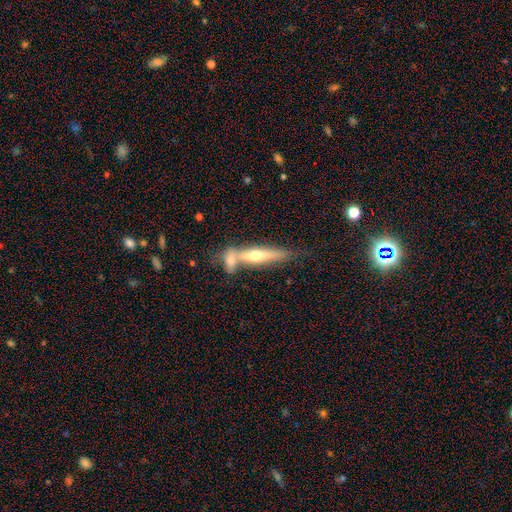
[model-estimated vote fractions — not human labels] Smooth or featured? Predicted: featured or disk (p=0.54). Edge-on disk? Predicted: yes (p=0.88). Merging? Predicted: none (p=0.42).